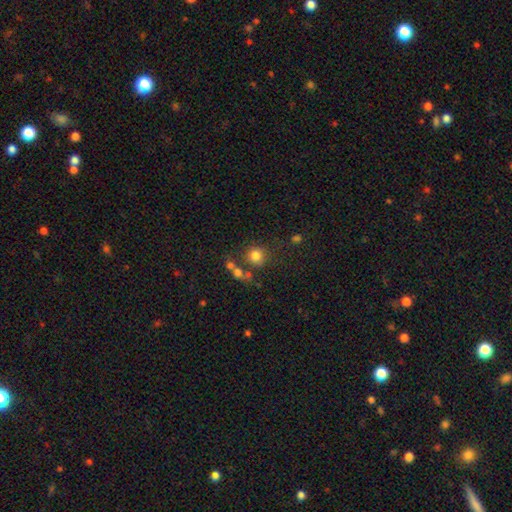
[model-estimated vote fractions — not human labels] smooth_or_featured: smooth (p=0.78) [alt: star or artifact p=0.13]
how_rounded: round (p=0.89) [alt: in between p=0.10]
merging: none (p=0.67) [alt: merger p=0.16]